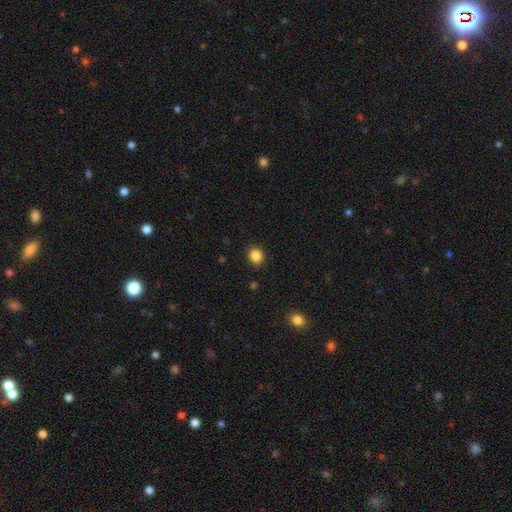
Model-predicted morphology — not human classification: Smooth or featured? smooth (86%)
How rounded? round (83%)
Merging? none (91%)